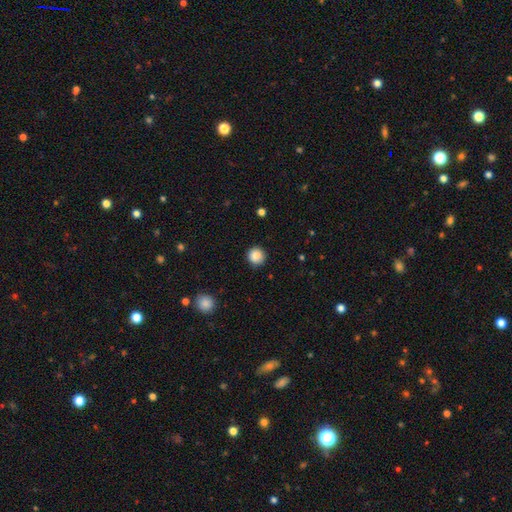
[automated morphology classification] smooth_or_featured: smooth (p=0.87) [alt: star or artifact p=0.10]
how_rounded: round (p=0.95) [alt: in between p=0.04]
merging: none (p=0.90) [alt: minor disturbance p=0.07]